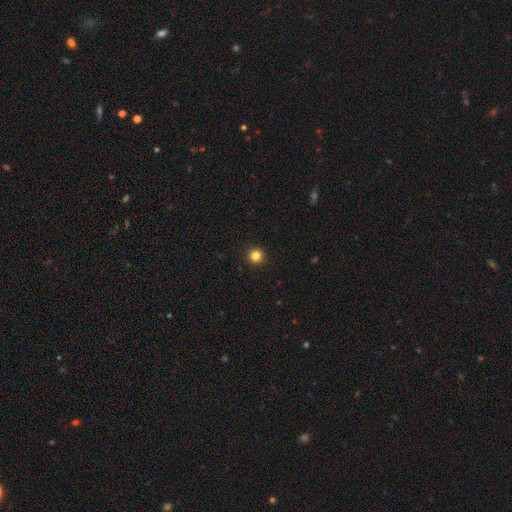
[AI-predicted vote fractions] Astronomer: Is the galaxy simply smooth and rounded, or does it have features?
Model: smooth — 84%.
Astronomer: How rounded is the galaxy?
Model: round — 96%.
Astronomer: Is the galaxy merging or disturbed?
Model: none — 93%.